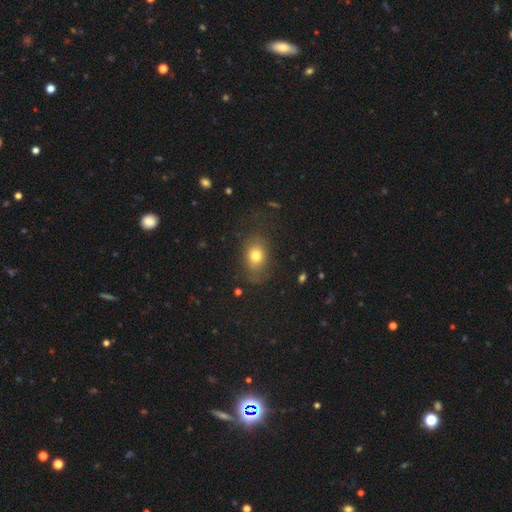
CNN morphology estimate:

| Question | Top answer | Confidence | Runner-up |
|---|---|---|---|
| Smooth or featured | smooth | 74% | featured or disk (13%) |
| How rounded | in between | 61% | round (38%) |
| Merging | none | 69% | minor disturbance (19%) |